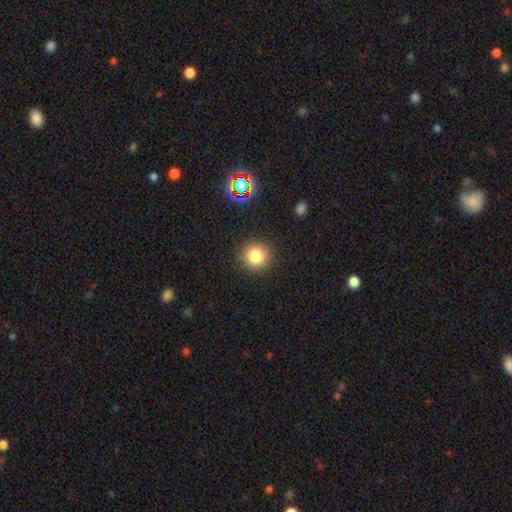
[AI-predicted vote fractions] Smooth or featured? smooth (81%)
How rounded? round (94%)
Merging? none (90%)